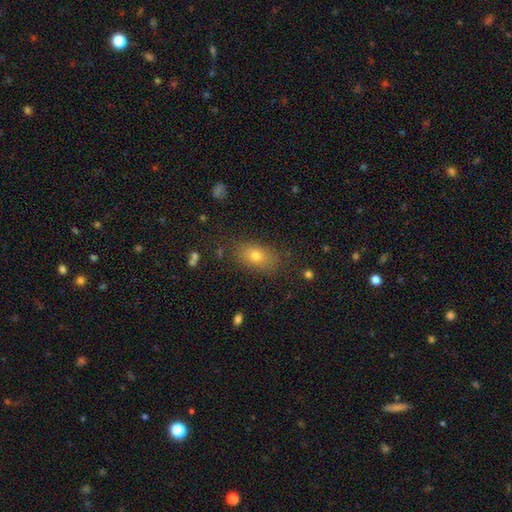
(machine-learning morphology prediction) type=smooth (74%); roundness=in between (83%); merging=none (80%).